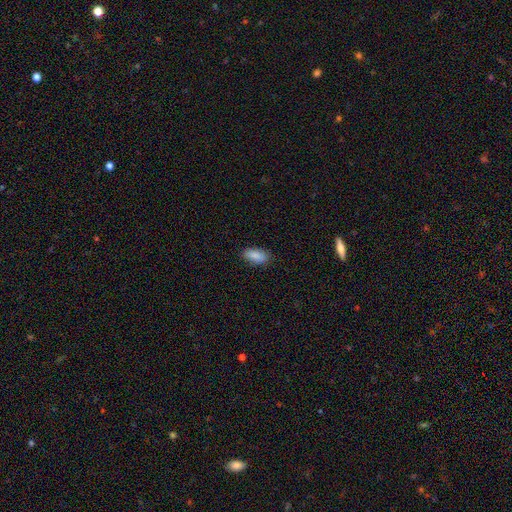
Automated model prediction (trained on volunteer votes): Smooth or featured?
  - smooth: 88% *
  - star or artifact: 7%
  - featured or disk: 5%
How rounded?
  - in between: 88% *
  - cigar-shaped: 10%
  - round: 2%
Merging?
  - none: 84% *
  - minor disturbance: 12%
  - major disturbance: 3%
  - merger: 1%